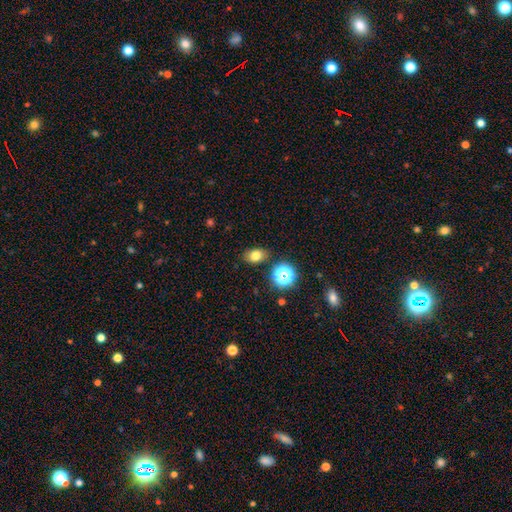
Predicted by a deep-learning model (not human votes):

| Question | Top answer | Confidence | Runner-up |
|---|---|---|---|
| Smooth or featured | smooth | 76% | star or artifact (15%) |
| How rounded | in between | 75% | round (24%) |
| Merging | none | 84% | minor disturbance (10%) |